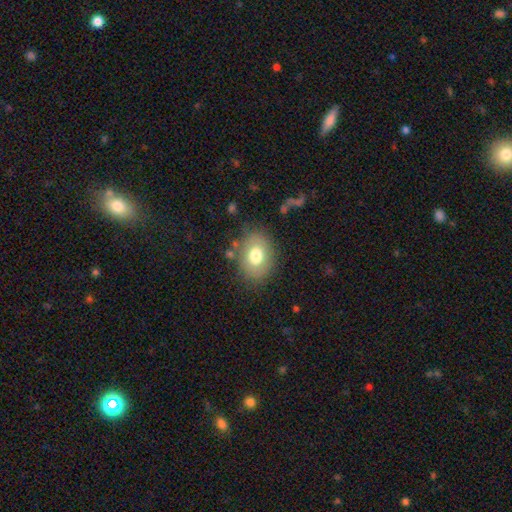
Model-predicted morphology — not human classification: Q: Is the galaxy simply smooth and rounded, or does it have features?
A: smooth — 71%.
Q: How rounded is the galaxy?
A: in between — 66%.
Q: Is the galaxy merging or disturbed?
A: none — 78%.